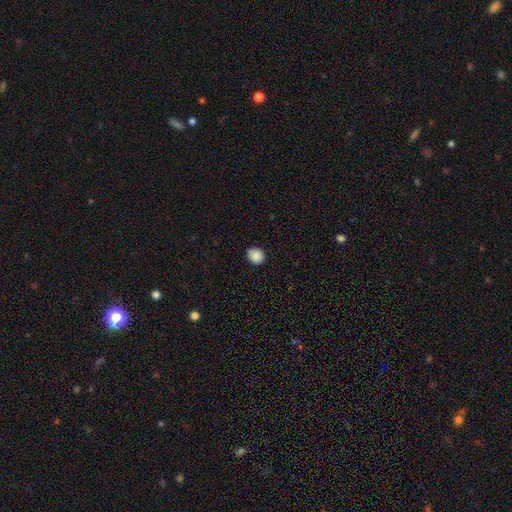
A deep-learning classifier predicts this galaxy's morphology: smooth 88%, star or artifact 9%, featured or disk 3%. Down the decision tree: how rounded — round (77%); merging — none (88%).